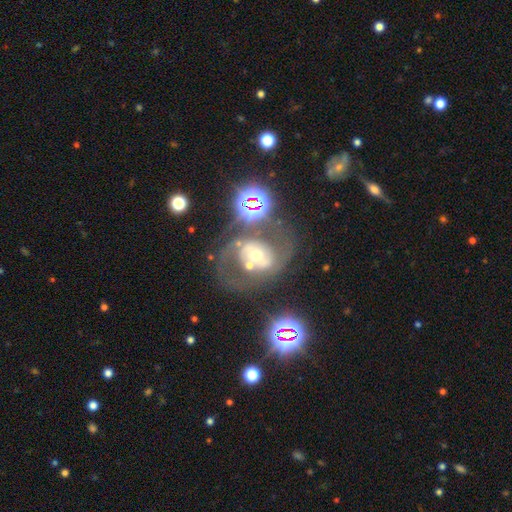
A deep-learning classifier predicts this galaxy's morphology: This is likely a featured or disk galaxy (68%). It is clearly not viewed edge-on (96%). Bar: possibly no (53%). Spiral arm pattern: likely yes (74%). Central bulge: possibly moderate (55%). Merging: possibly none (47%).